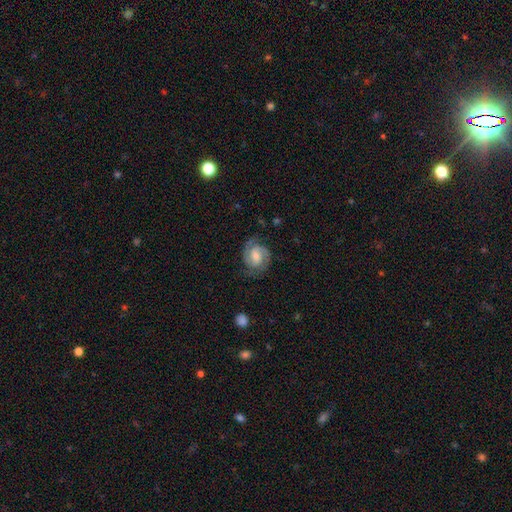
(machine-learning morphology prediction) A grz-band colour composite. It shows a featured or disk galaxy (81%) with a weak bar (47%), 2 (86%) tight (47%) spiral arms (96%) and a moderate central bulge (46%). Merging: none (74%).